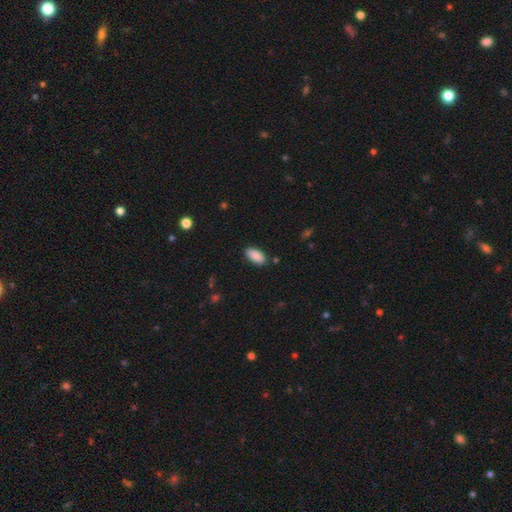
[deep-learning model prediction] smooth-or-featured: smooth: 89% | star or artifact: 7% | featured or disk: 4%
  how-rounded: in between: 91% | cigar-shaped: 8% | round: 2%
  merging: none: 85% | minor disturbance: 11% | major disturbance: 2% | merger: 2%